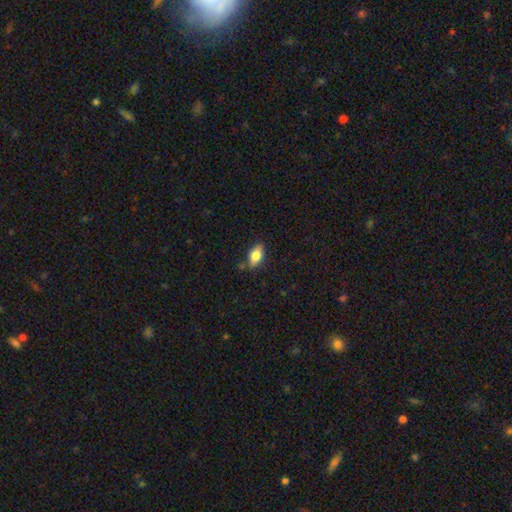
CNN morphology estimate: Smooth or featured: smooth — 75% (featured or disk — 17%)
How rounded: in between — 87% (cigar-shaped — 8%)
Merging: none — 81% (minor disturbance — 14%)